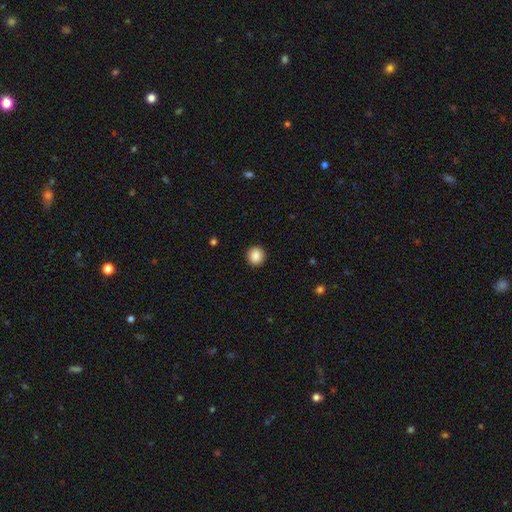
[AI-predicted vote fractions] smooth_or_featured: smooth (p=0.88) [alt: star or artifact p=0.09]
how_rounded: round (p=0.93) [alt: in between p=0.06]
merging: none (p=0.93) [alt: minor disturbance p=0.05]